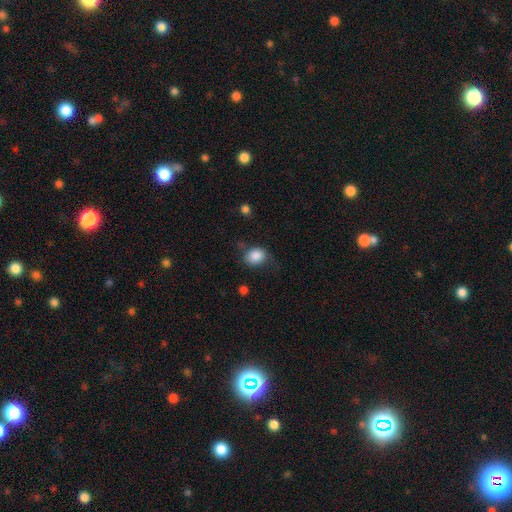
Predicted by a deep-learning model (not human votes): Smooth or featured: smooth — 84% (star or artifact — 8%)
How rounded: round — 50% (in between — 49%)
Merging: none — 57% (minor disturbance — 28%)